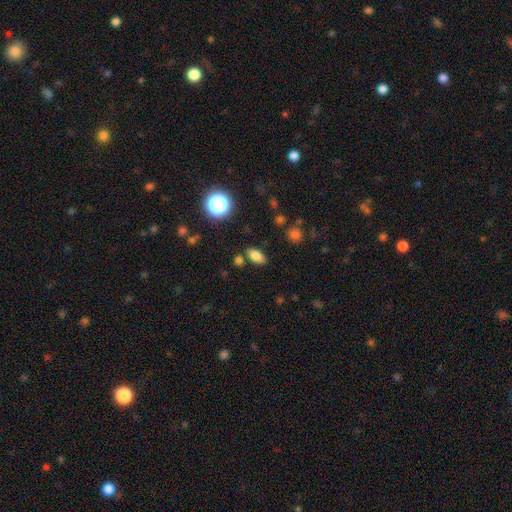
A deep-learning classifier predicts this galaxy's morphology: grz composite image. It shows a smooth galaxy with no disk features (78%) that is in between round and cigar-shaped (88%). Merging: none (81%).